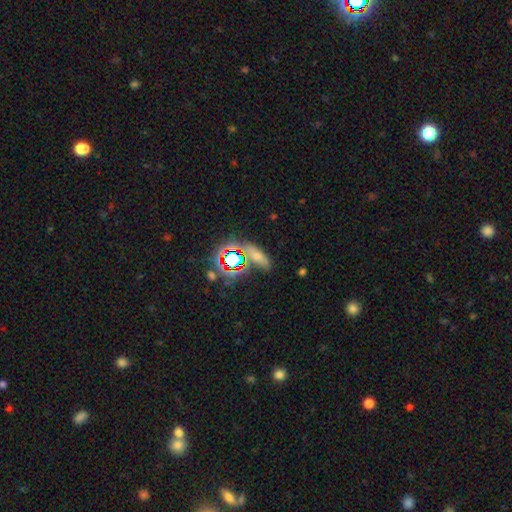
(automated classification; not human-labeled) Smooth or featured?
  - star or artifact: 53% *
  - smooth: 28%
  - featured or disk: 19%